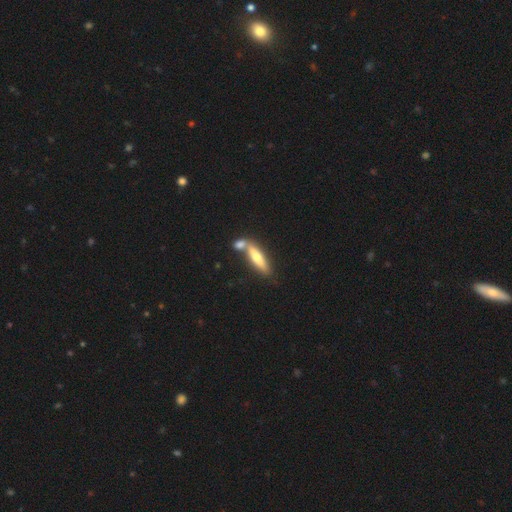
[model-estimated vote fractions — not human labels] Q: Smooth or featured?
A: smooth (55%); runner-up: featured or disk (38%)
Q: How rounded?
A: cigar-shaped (69%); runner-up: in between (29%)
Q: Merging?
A: none (52%); runner-up: merger (33%)